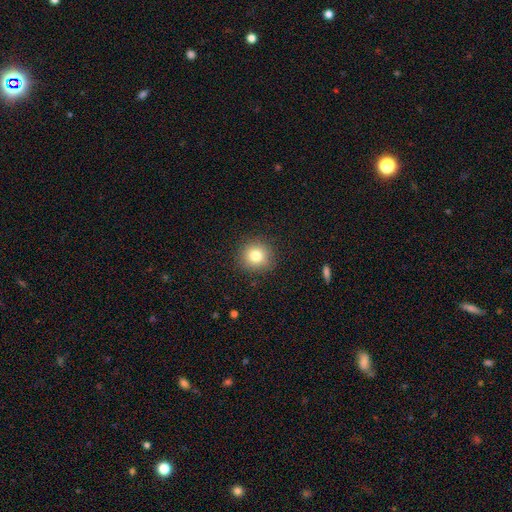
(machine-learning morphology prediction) Q: Smooth or featured?
A: smooth (81%); runner-up: star or artifact (11%)
Q: How rounded?
A: round (91%); runner-up: in between (8%)
Q: Merging?
A: none (89%); runner-up: minor disturbance (8%)